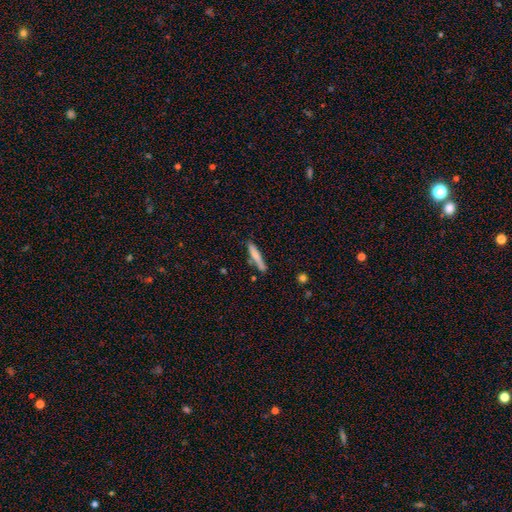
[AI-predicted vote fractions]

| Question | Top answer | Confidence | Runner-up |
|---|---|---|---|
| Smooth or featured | smooth | 71% | featured or disk (23%) |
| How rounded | cigar-shaped | 92% | in between (6%) |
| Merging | none | 76% | minor disturbance (15%) |